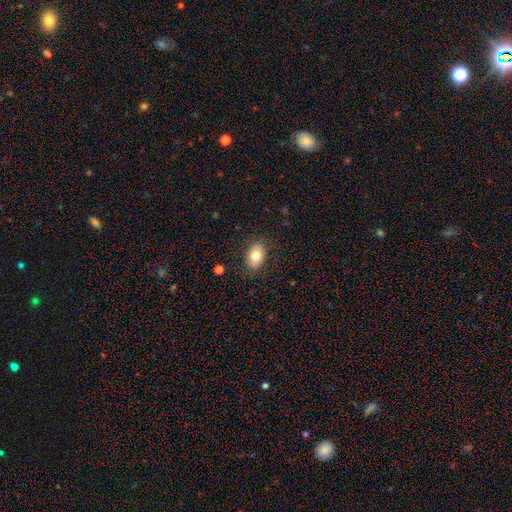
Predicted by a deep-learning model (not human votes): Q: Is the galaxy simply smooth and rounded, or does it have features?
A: smooth — 79%.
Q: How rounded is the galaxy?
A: in between — 84%.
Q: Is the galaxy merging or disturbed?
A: none — 85%.